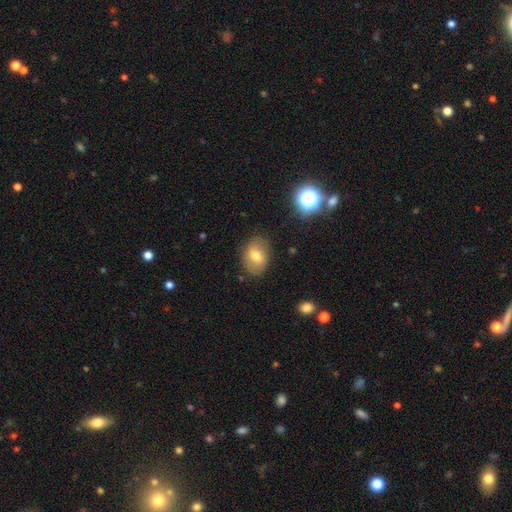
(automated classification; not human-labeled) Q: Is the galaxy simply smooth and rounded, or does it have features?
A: smooth — 63%.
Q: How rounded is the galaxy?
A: in between — 75%.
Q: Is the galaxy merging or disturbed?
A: none — 79%.